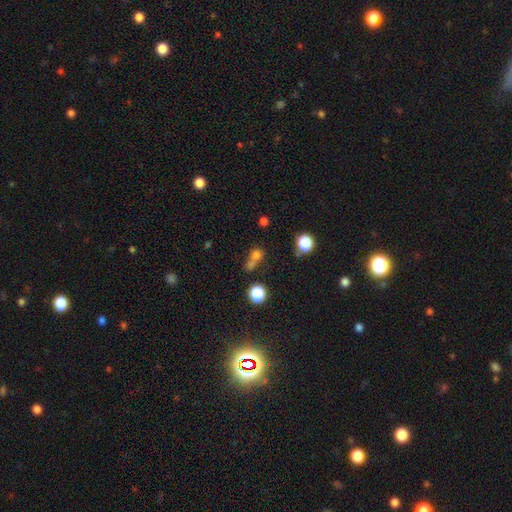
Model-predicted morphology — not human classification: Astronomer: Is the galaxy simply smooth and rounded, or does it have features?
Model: smooth — 70%.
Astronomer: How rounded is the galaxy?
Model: round — 73%.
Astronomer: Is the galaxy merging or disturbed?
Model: merger — 47% (runner-up: none, 36%).